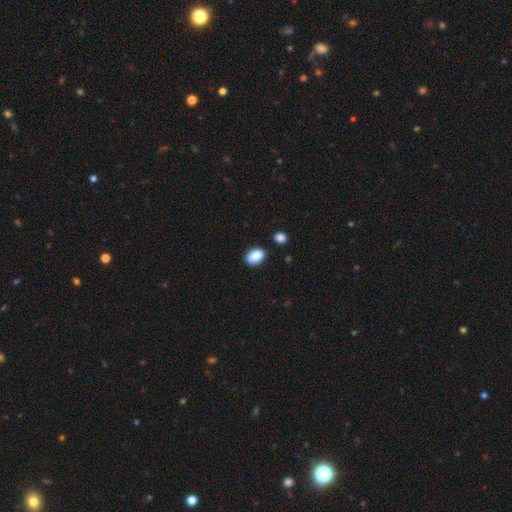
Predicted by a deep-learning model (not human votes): The model was most divided on "how rounded": in between: 86%, round: 13%, cigar-shaped: 1%. More confident: smooth or featured — smooth (89%); merging — none (83%).